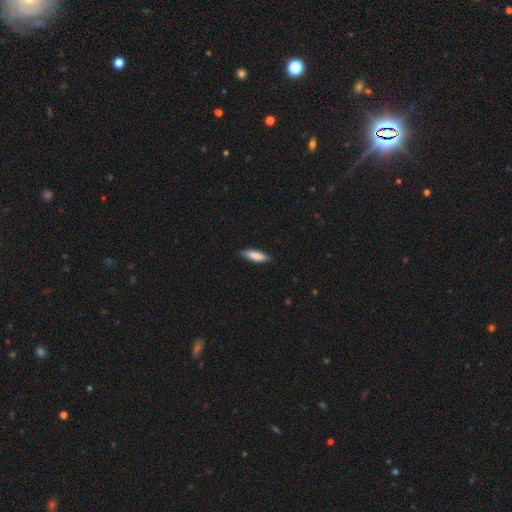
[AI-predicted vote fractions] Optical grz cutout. It shows a smooth galaxy with no disk features (84%) that is cigar-shaped (61%). Merging: none (85%).